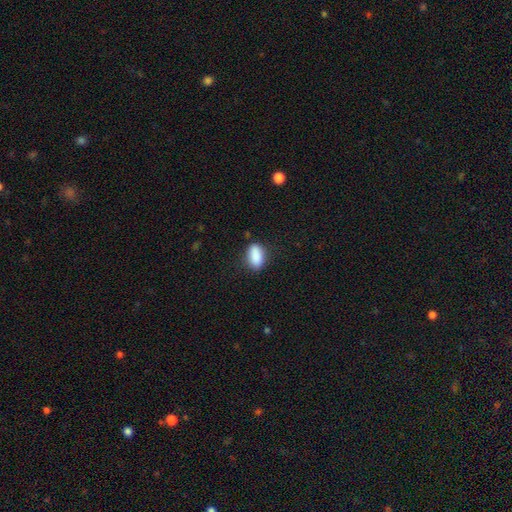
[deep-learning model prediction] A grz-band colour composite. It shows a smooth galaxy with no disk features (89%) that is in between round and cigar-shaped (89%). Merging: none (81%).